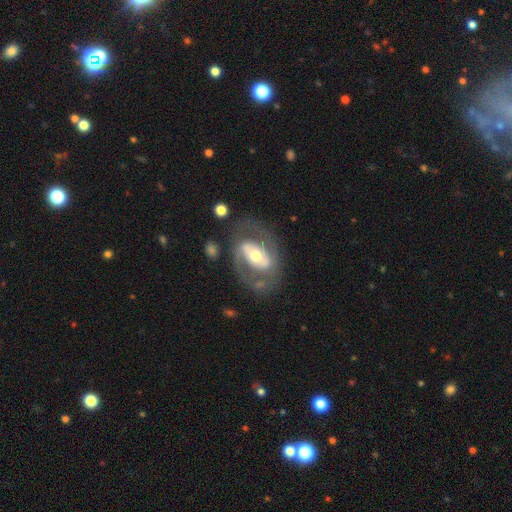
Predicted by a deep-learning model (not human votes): A featured or disk galaxy (74%) with no bar (36%, tied with strong), spiral arms (60%) and a moderate central bulge (67%). Merging: none (67%).